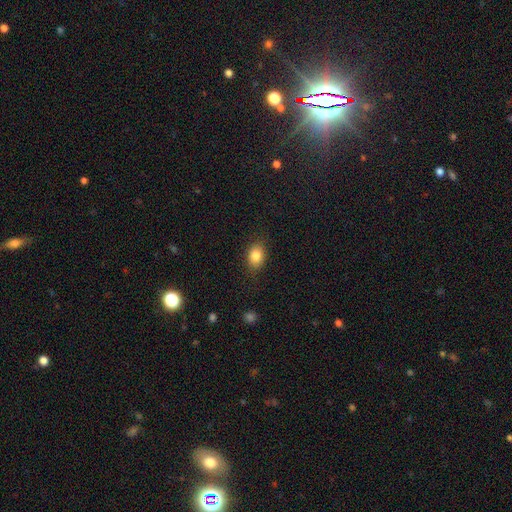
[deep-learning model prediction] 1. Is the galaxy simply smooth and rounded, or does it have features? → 84% smooth, 9% star or artifact, 7% featured or disk.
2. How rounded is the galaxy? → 70% in between, 28% round, 2% cigar-shaped.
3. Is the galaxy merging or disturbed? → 82% none, 13% minor disturbance, 3% major disturbance, 1% merger.